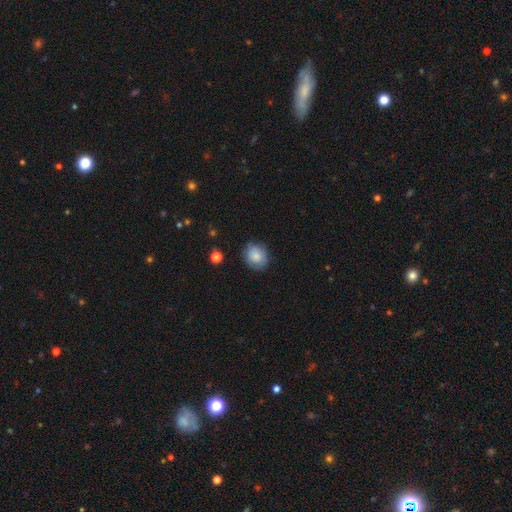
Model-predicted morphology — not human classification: Smooth or featured? Predicted: smooth (p=0.78). How rounded? Predicted: round (p=0.71). Merging? Predicted: none (p=0.79).